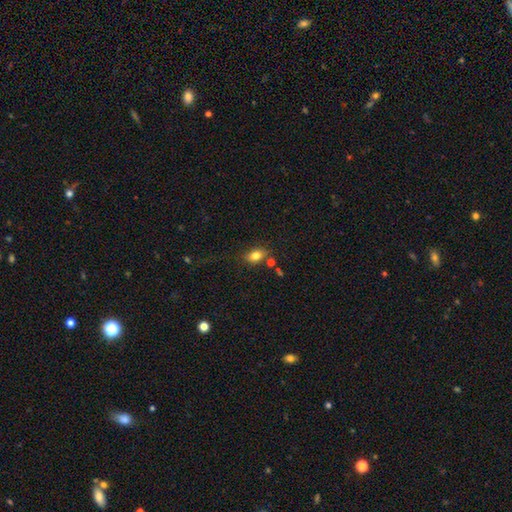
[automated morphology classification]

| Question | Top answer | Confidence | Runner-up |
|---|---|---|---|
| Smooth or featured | smooth | 81% | star or artifact (10%) |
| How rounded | in between | 81% | round (17%) |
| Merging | none | 74% | minor disturbance (14%) |